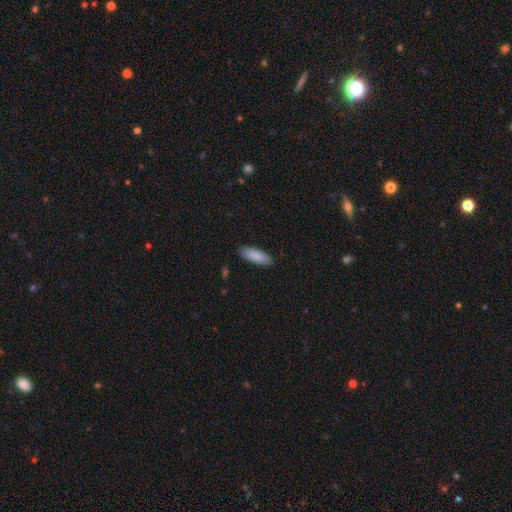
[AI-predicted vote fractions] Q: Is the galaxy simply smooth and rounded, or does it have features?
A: smooth — 88%.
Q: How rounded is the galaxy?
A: in between — 66%.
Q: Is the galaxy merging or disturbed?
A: none — 87%.